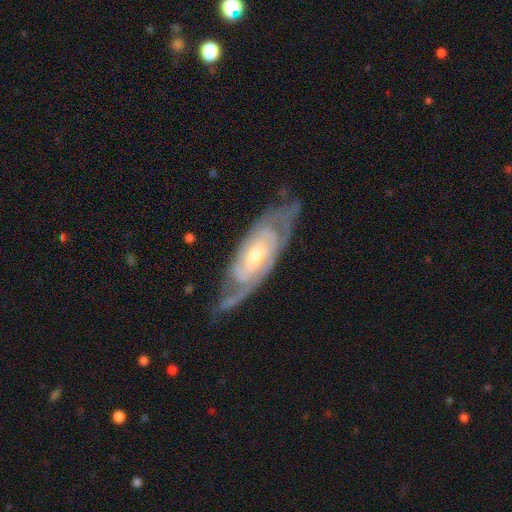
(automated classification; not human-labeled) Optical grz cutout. It shows a featured or disk galaxy (88%) with no bar (44%), 2 (60%) tight (60%) spiral arms (96%) and a moderate central bulge (52%). Merging: none (69%).